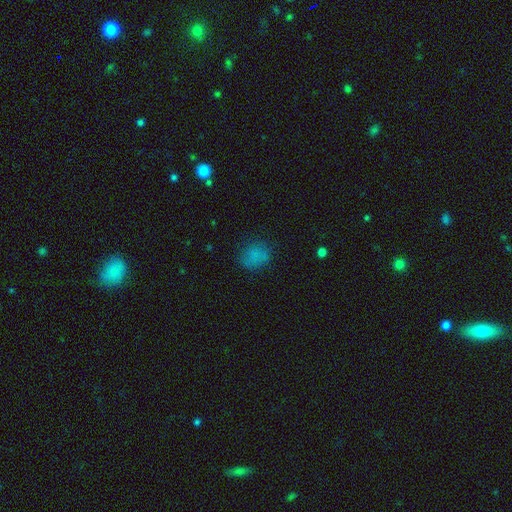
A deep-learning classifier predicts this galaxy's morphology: Q: Smooth or featured?
A: smooth (77%); runner-up: star or artifact (15%)
Q: How rounded?
A: round (65%); runner-up: in between (34%)
Q: Merging?
A: none (74%); runner-up: minor disturbance (18%)